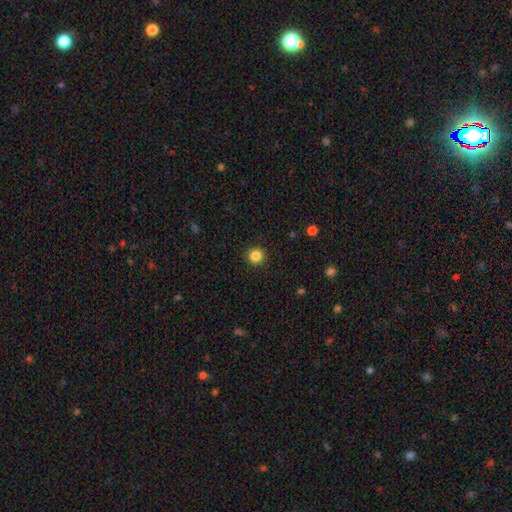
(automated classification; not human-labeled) A smooth galaxy with no disk features (85%) that is round (94%).

Vote fractions:
- Smooth or featured? smooth: 85% / star or artifact: 11% / featured or disk: 4%
- How rounded? round: 94% / in between: 5% / cigar-shaped: 1%
- Merging? none: 93% / minor disturbance: 5% / major disturbance: 2% / merger: 1%